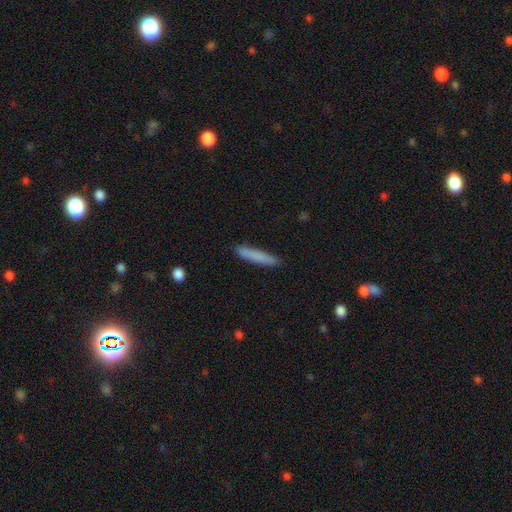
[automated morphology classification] Smooth or featured? smooth (81%)
How rounded? cigar-shaped (93%)
Merging? none (87%)